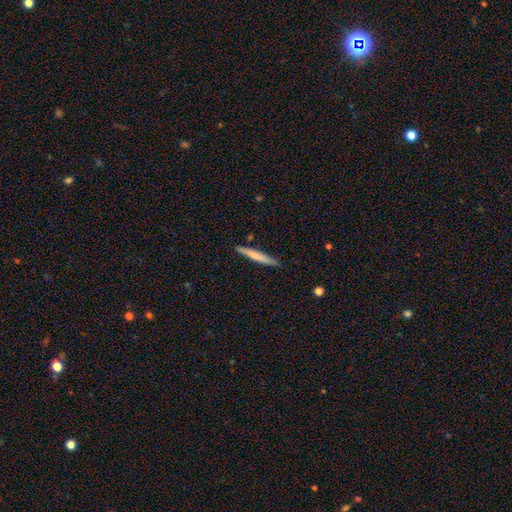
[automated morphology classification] This is likely a smooth galaxy (63%). How rounded: clearly cigar-shaped (95%). Merging: clearly none (86%).